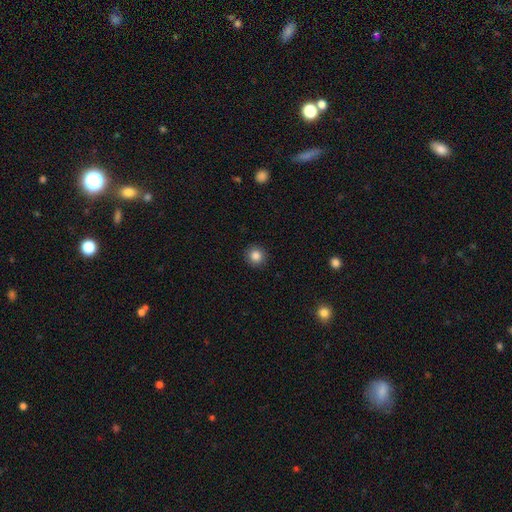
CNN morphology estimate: The model was most divided on "smooth or featured": smooth: 85%, star or artifact: 11%, featured or disk: 5%. More confident: how rounded — round (93%); merging — none (92%).